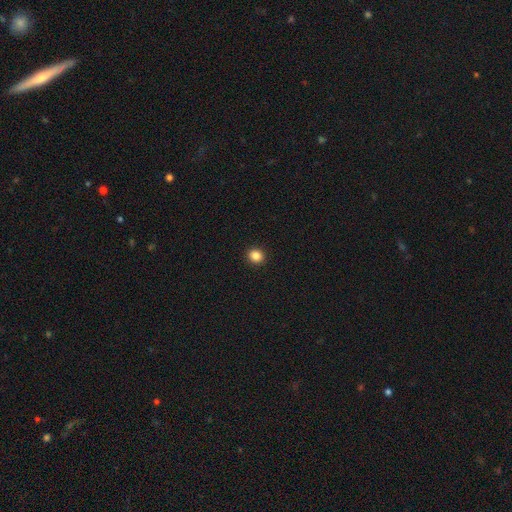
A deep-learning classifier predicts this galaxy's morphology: A smooth galaxy with no disk features (86%) that is round (84%). Merging: none (93%).